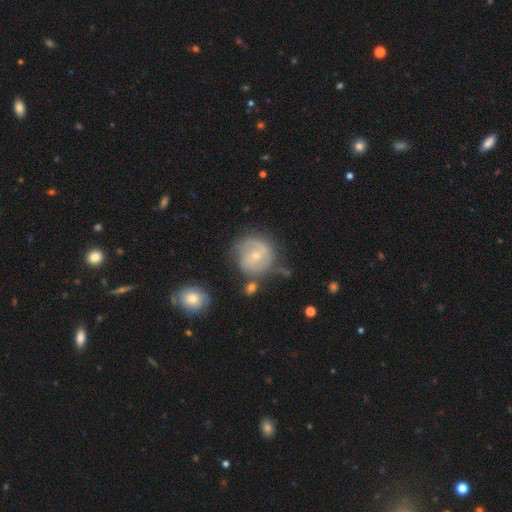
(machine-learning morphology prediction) featured or disk 75%, smooth 19%, star or artifact 7%. Down the decision tree: edge-on disk — no (98%); bar — no (52%); spiral arms — yes (91%); spiral arm count — 2 (65%); spiral winding — tight (43%); bulge size — small (60%); merging — none (63%).